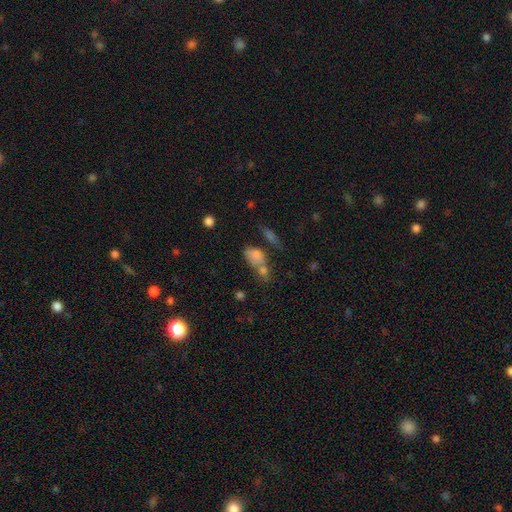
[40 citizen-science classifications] Smooth or featured: smooth — 80% (featured or disk — 15%)
How rounded: in between — 66% (round — 28%)
Merging: merger — 58% (none — 26%)